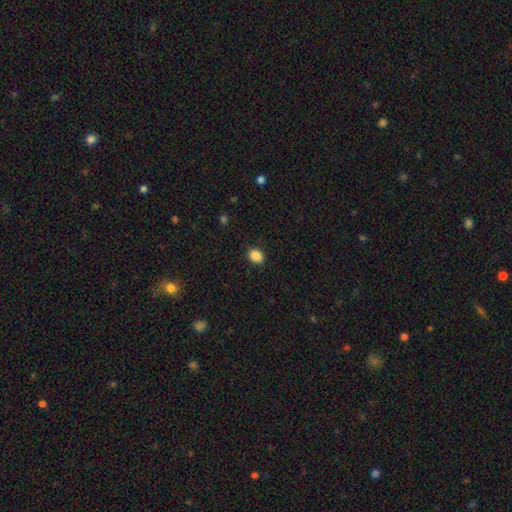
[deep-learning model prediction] A smooth galaxy with no disk features (87%) that is in between round and cigar-shaped (54%).

Vote fractions:
- Smooth or featured? smooth: 87% / star or artifact: 9% / featured or disk: 3%
- How rounded? in between: 54% / round: 45% / cigar-shaped: 1%
- Merging? none: 90% / minor disturbance: 7% / major disturbance: 2% / merger: 1%